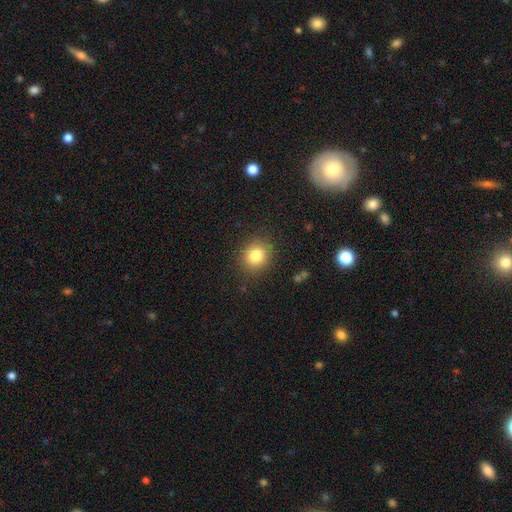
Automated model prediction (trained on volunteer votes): A smooth galaxy with no disk features (82%) that is round (74%).

Vote fractions:
- Smooth or featured? smooth: 82% / star or artifact: 11% / featured or disk: 7%
- How rounded? round: 74% / in between: 25% / cigar-shaped: 1%
- Merging? none: 86% / minor disturbance: 9% / major disturbance: 3% / merger: 1%